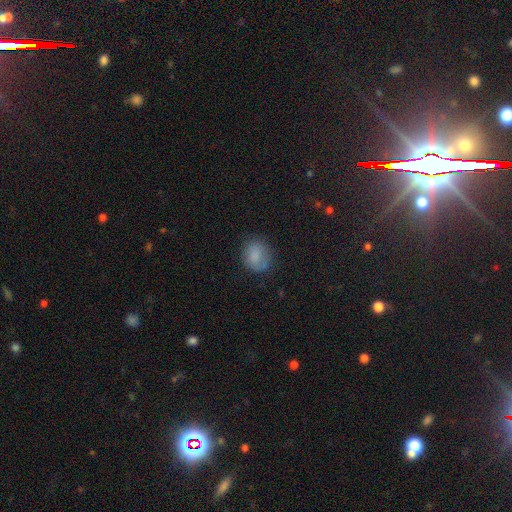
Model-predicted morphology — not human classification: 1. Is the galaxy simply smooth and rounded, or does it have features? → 80% smooth, 11% featured or disk, 9% star or artifact.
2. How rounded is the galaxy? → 57% round, 42% in between, 1% cigar-shaped.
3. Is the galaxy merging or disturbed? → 67% none, 23% minor disturbance, 8% major disturbance, 2% merger.